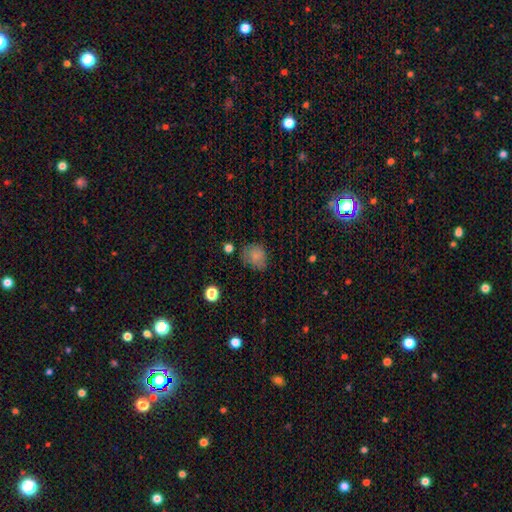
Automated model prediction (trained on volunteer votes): smooth 79%, star or artifact 11%, featured or disk 10%. Down the decision tree: how rounded — round (62%); merging — none (64%).